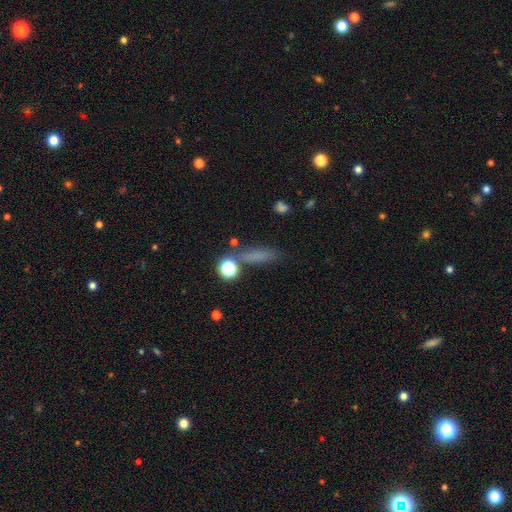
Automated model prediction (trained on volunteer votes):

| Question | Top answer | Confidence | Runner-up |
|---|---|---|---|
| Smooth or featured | smooth | 69% | star or artifact (18%) |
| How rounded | cigar-shaped | 61% | in between (28%) |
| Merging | none | 69% | minor disturbance (15%) |